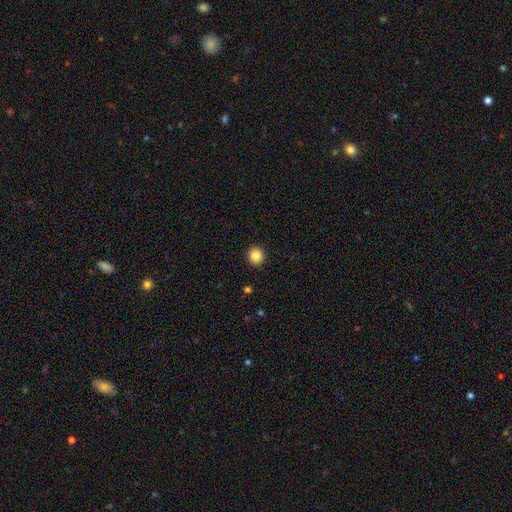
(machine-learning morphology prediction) Q: Smooth or featured?
A: smooth (86%); runner-up: star or artifact (10%)
Q: How rounded?
A: round (86%); runner-up: in between (13%)
Q: Merging?
A: none (93%); runner-up: minor disturbance (5%)